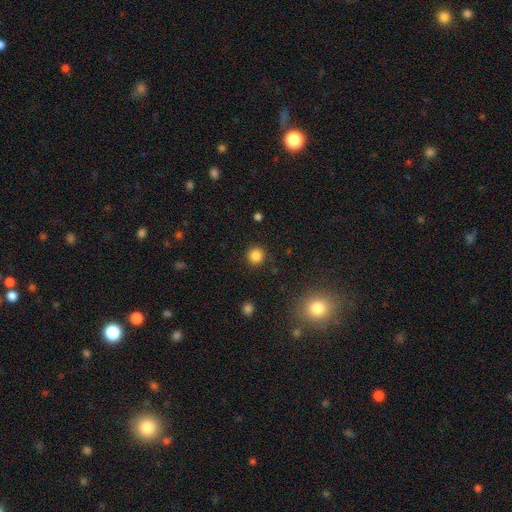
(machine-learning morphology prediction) This appears to be a smooth galaxy with no disk features (85%) that is round (94%). Merging: none (91%).